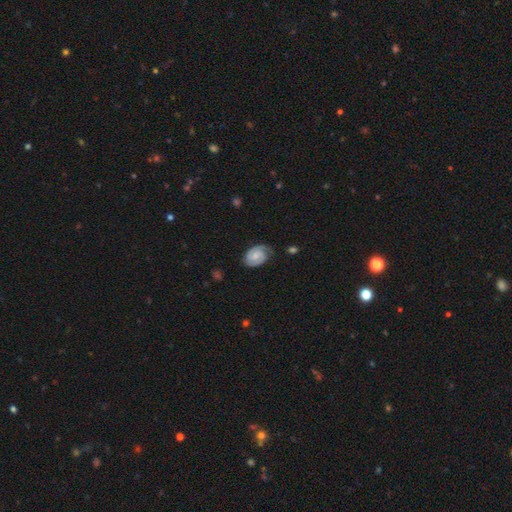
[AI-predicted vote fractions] This appears to be a featured or disk galaxy (70%) with no bar (57%), 2 (73%) tight (57%) spiral arms (94%) and a small central bulge (44%). Merging: none (65%).